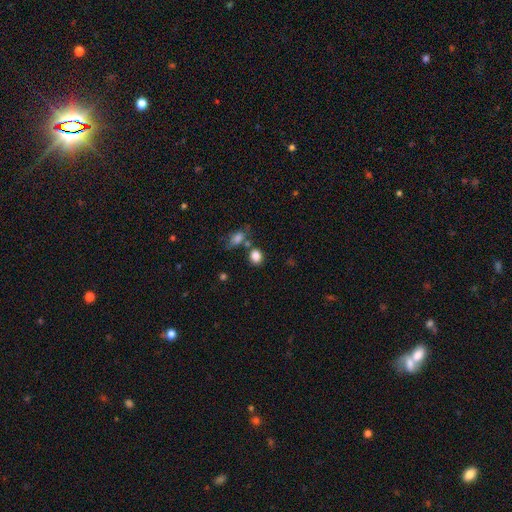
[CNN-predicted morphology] A smooth galaxy with no disk features (84%) that is round (60%).

Vote fractions:
- Smooth or featured? smooth: 84% / star or artifact: 10% / featured or disk: 5%
- How rounded? round: 60% / in between: 38% / cigar-shaped: 1%
- Merging? none: 67% / merger: 15% / minor disturbance: 13% / major disturbance: 5%